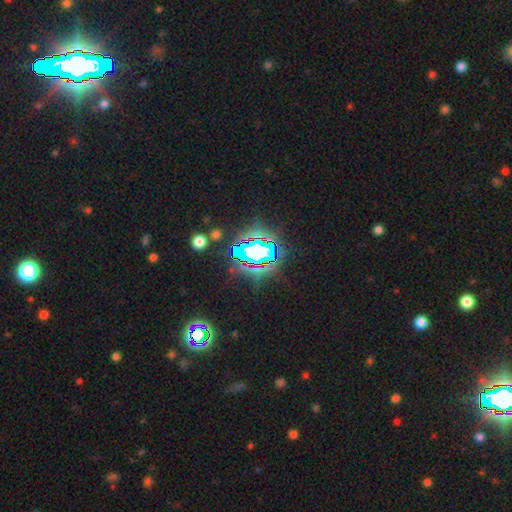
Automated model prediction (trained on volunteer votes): A star or artifact, not a galaxy (82%).

Vote fractions:
- Smooth or featured? star or artifact: 82% / smooth: 11% / featured or disk: 7%